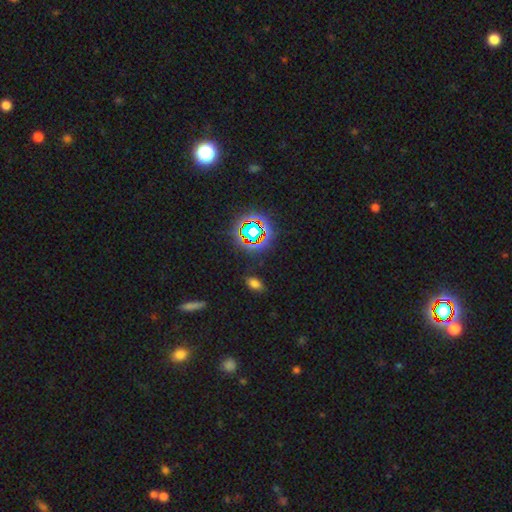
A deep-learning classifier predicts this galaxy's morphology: Smooth or featured?
  - star or artifact: 71% *
  - smooth: 17%
  - featured or disk: 12%